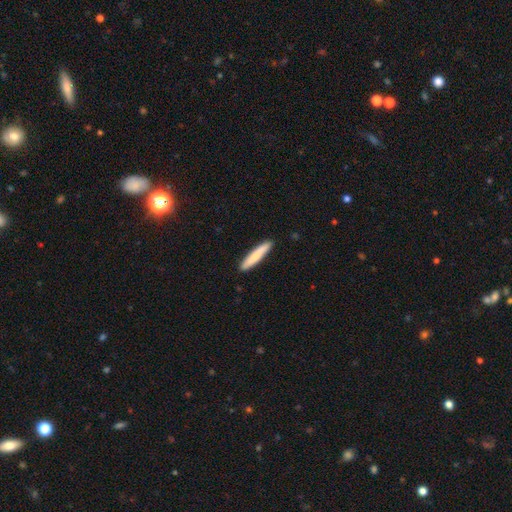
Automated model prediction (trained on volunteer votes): This is likely a smooth galaxy (78%). How rounded: clearly cigar-shaped (92%). Merging: clearly none (90%).